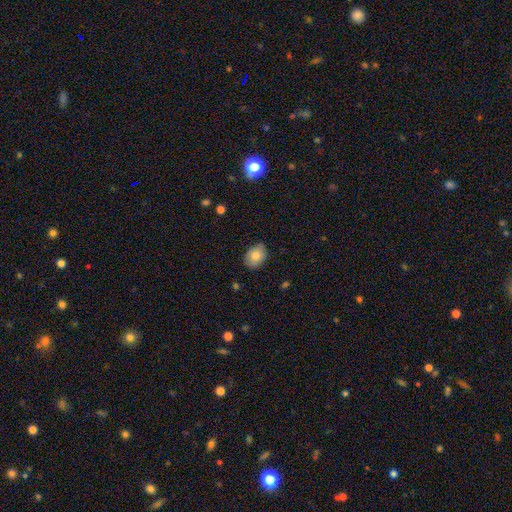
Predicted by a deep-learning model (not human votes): A smooth galaxy with no disk features (81%) that is in between round and cigar-shaped (77%). Merging: none (80%).